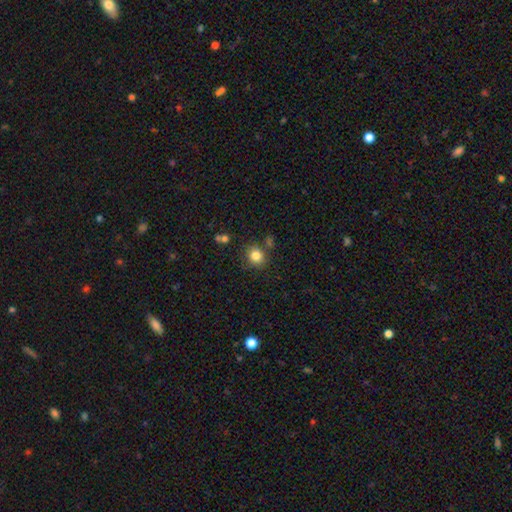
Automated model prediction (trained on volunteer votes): This is clearly a smooth galaxy (82%). How rounded: clearly round (81%). Merging: likely none (78%).